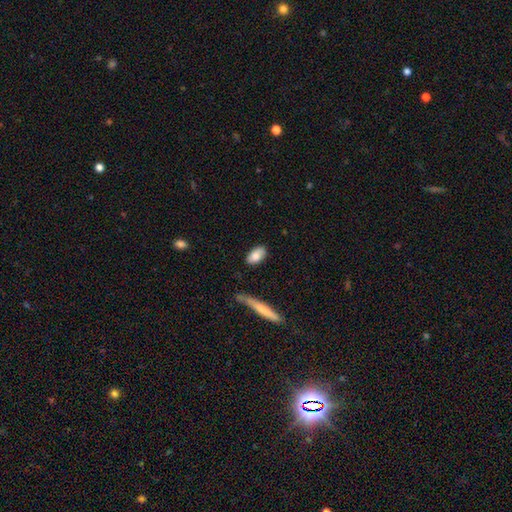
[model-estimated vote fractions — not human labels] Morphology: type=smooth (83%); roundness=in between (91%); merging=none (82%).